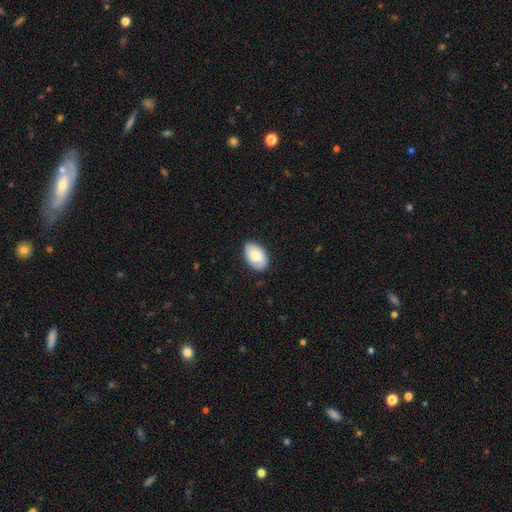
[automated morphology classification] Smooth or featured? smooth (80%)
How rounded? in between (93%)
Merging? none (83%)